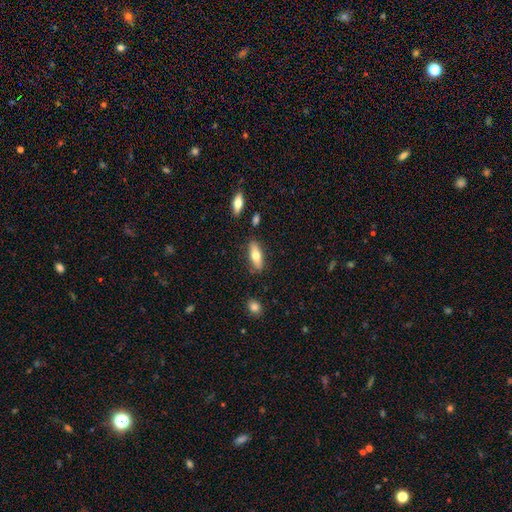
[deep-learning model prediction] smooth_or_featured: smooth (p=0.67) [alt: featured or disk p=0.27]
how_rounded: in between (p=0.63) [alt: cigar-shaped p=0.35]
merging: none (p=0.82) [alt: minor disturbance p=0.12]